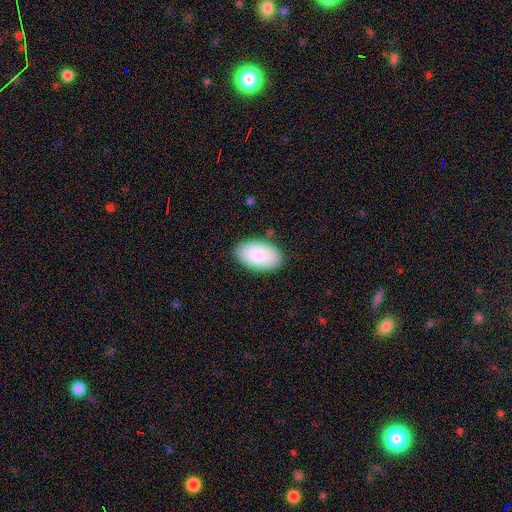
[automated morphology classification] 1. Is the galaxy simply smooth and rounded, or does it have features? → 87% smooth, 7% featured or disk, 6% star or artifact.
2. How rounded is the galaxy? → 95% in between, 4% round, 1% cigar-shaped.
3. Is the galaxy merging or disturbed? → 87% none, 10% minor disturbance, 2% major disturbance, 1% merger.